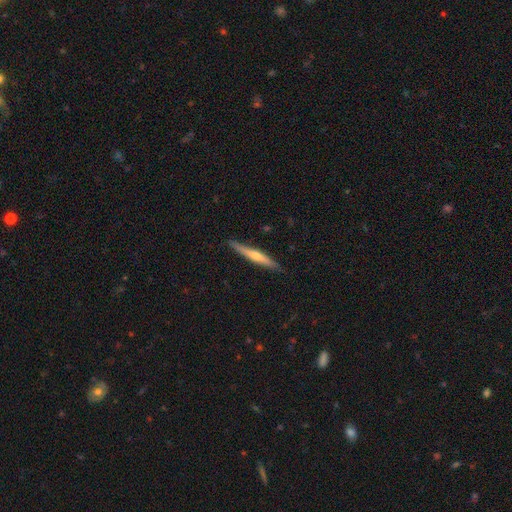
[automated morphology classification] Overall: featured or disk (56%; smooth 38%). Edge-on disk: yes (97%). Edge-on bulge: rounded (67%). Merging: none (88%).